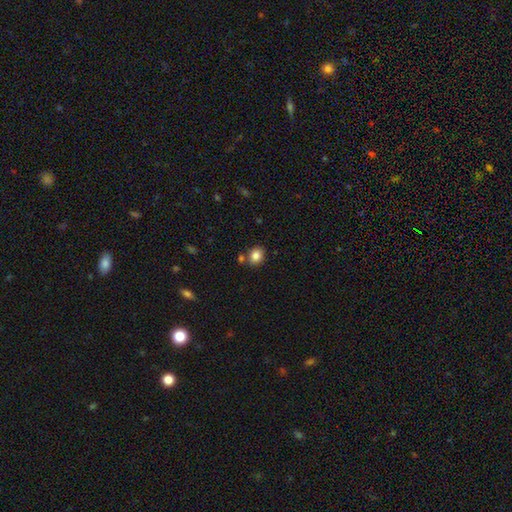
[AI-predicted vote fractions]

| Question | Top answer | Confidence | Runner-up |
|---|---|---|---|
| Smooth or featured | smooth | 84% | star or artifact (10%) |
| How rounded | round | 61% | in between (38%) |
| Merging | none | 76% | minor disturbance (11%) |